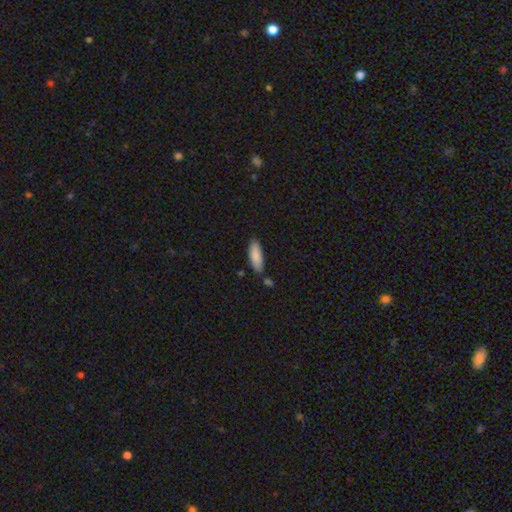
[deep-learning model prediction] Q: Smooth or featured?
A: smooth (88%); runner-up: featured or disk (7%)
Q: How rounded?
A: in between (61%); runner-up: cigar-shaped (38%)
Q: Merging?
A: none (80%); runner-up: minor disturbance (12%)